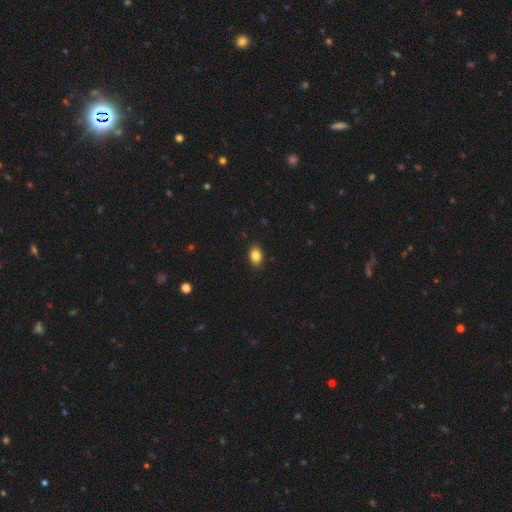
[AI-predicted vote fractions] Smooth or featured? Predicted: smooth (p=0.85). How rounded? Predicted: in between (p=0.81). Merging? Predicted: none (p=0.89).